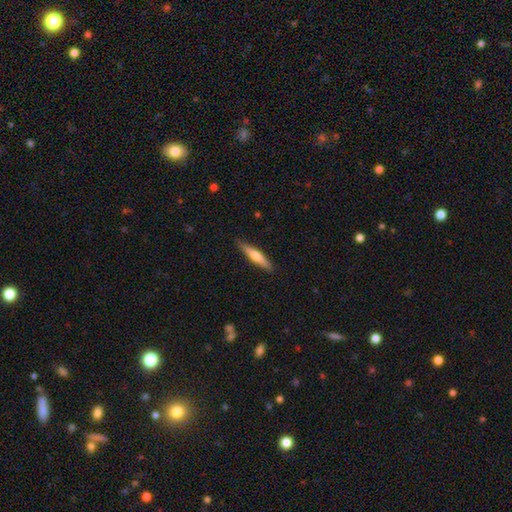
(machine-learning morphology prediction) smooth-or-featured: smooth: 51% | featured or disk: 44% | star or artifact: 5%
  how-rounded: cigar-shaped: 87% | in between: 11% | round: 2%
  merging: none: 89% | minor disturbance: 9% | major disturbance: 2% | merger: 1%